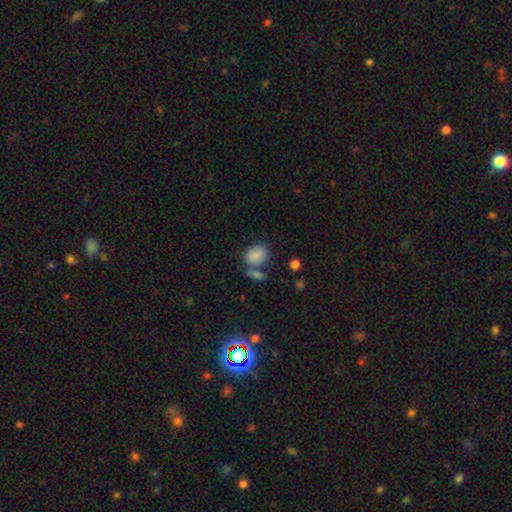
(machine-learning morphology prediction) Smooth or featured? smooth (85%)
How rounded? in between (56%)
Merging? none (55%)